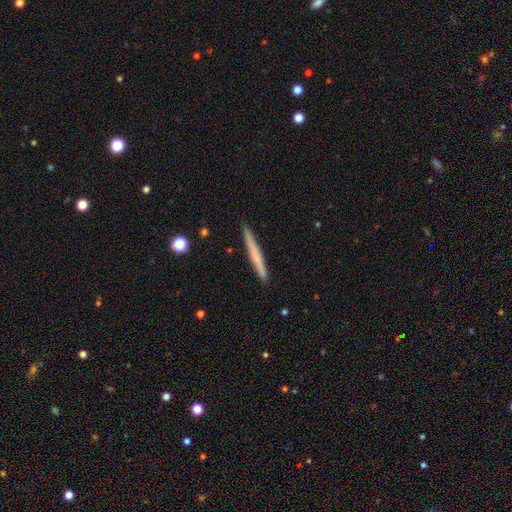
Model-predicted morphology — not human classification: Smooth or featured? Predicted: smooth (p=0.56). How rounded? Predicted: cigar-shaped (p=0.97). Merging? Predicted: none (p=0.92).